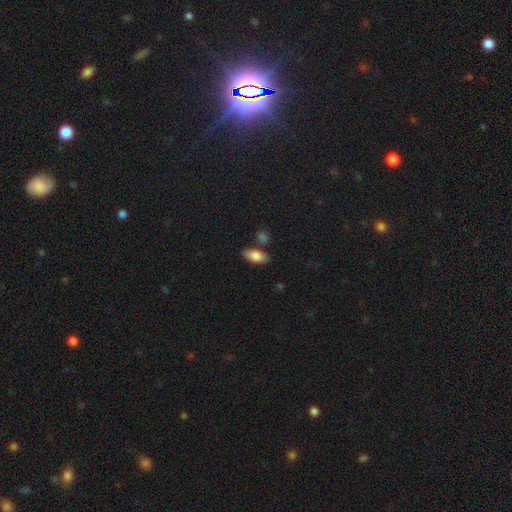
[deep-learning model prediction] This is likely a smooth galaxy (80%). How rounded: clearly in between (88%). Merging: likely none (78%).